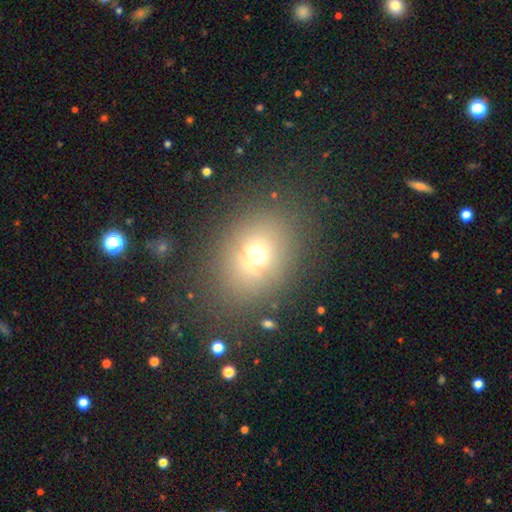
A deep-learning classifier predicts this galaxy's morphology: Smooth or featured: smooth — 64% (star or artifact — 22%)
How rounded: round — 60% (in between — 39%)
Merging: none — 79% (minor disturbance — 11%)